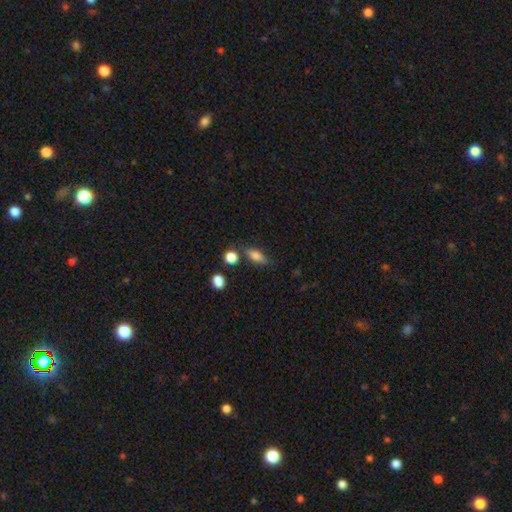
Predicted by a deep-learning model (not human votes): Morphology: type=smooth (76%); roundness=in between (70%); merging=none (75%).